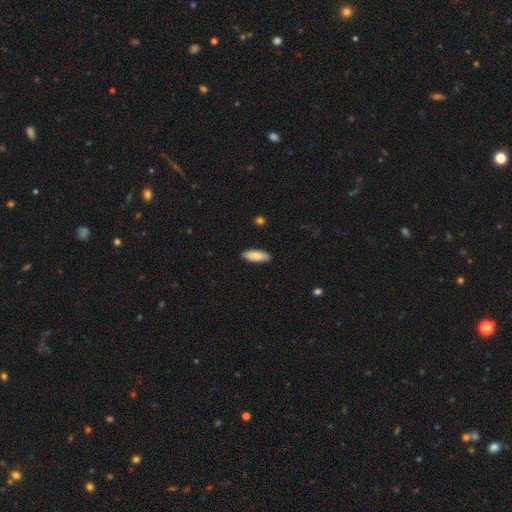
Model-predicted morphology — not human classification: Overall: smooth (86%). How rounded: in between (70%). Merging: none (89%).